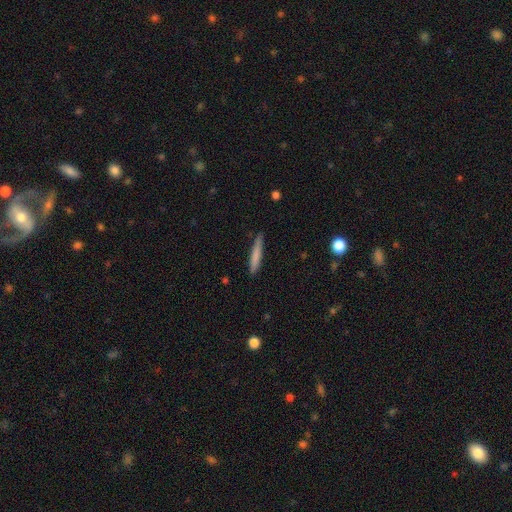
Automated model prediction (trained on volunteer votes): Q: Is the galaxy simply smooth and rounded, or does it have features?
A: smooth — 77%.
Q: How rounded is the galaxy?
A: cigar-shaped — 94%.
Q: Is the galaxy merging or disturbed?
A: none — 83%.